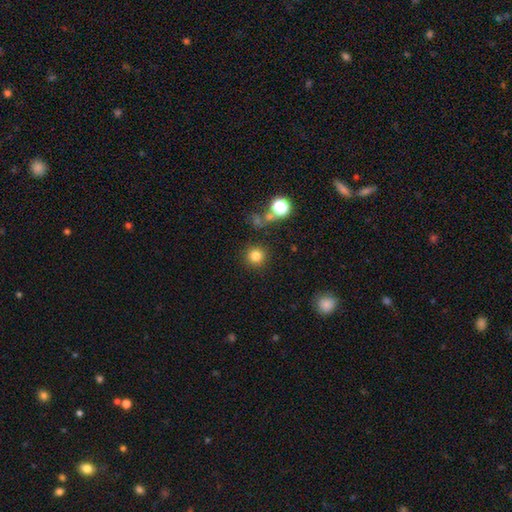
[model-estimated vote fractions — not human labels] Q: Smooth or featured?
A: smooth (81%); runner-up: star or artifact (13%)
Q: How rounded?
A: round (95%); runner-up: in between (5%)
Q: Merging?
A: none (85%); runner-up: minor disturbance (7%)